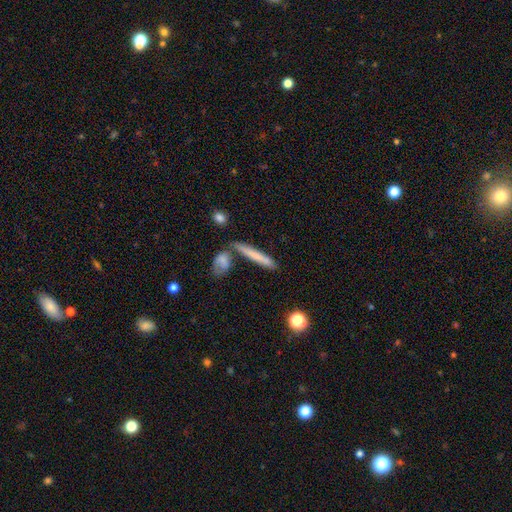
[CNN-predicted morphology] A smooth galaxy with no disk features (65%) that is cigar-shaped (91%). Merging: none (68%).